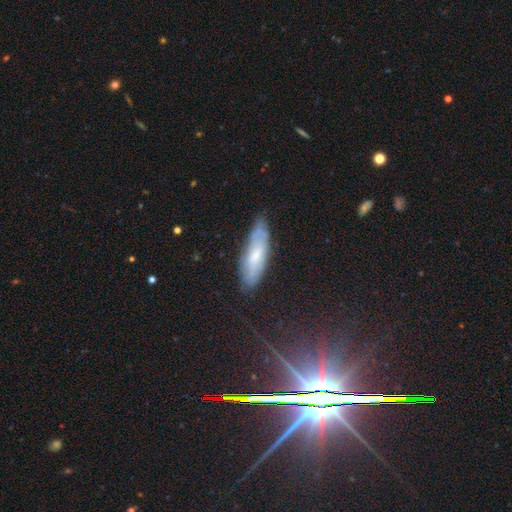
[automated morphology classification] This appears to be a smooth galaxy with no disk features (46%). Merging: none (73%).